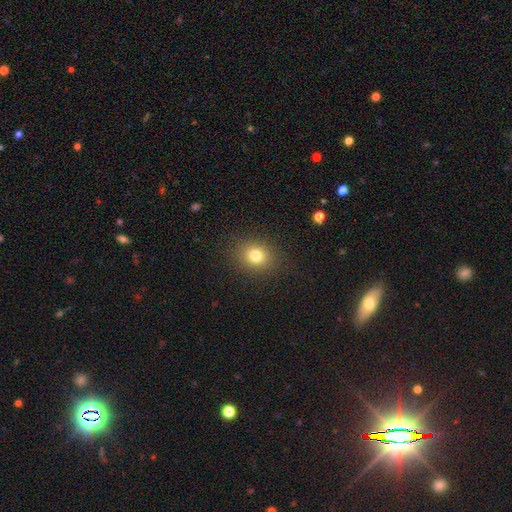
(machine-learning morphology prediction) The model was most divided on "how rounded": round: 65%, in between: 34%, cigar-shaped: 1%. More confident: merging — none (88%); smooth or featured — smooth (79%).